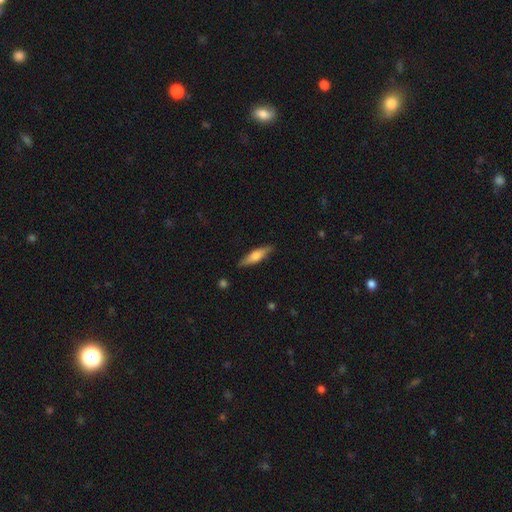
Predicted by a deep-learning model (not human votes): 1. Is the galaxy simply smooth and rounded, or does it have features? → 53% smooth, 41% featured or disk, 6% star or artifact.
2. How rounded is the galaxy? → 72% cigar-shaped, 26% in between, 2% round.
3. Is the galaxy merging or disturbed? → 86% none, 11% minor disturbance, 2% major disturbance, 1% merger.